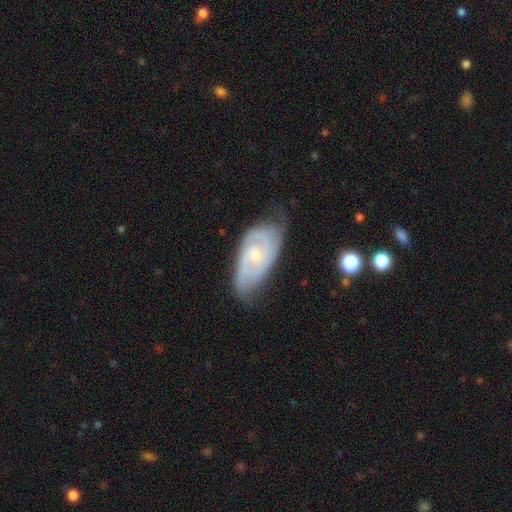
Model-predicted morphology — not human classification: type=featured or disk (81%); edge-on=no (95%); bar=no (58%); spiral arms=yes (95%); winding=tight (51%); arm count=2 (53%); bulge=small (69%); merging=none (63%).